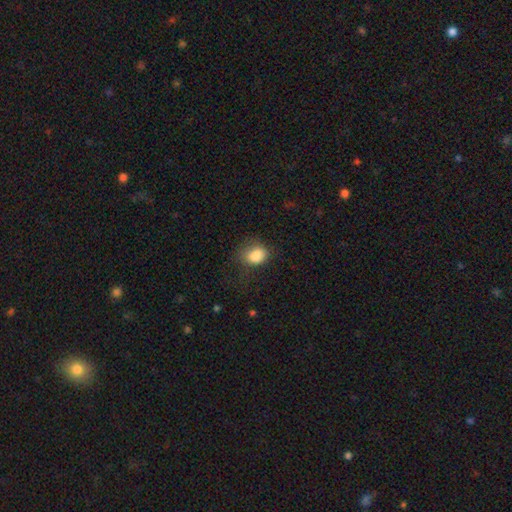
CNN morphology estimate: Q: Smooth or featured?
A: smooth (85%); runner-up: star or artifact (10%)
Q: How rounded?
A: in between (59%); runner-up: round (40%)
Q: Merging?
A: none (56%); runner-up: minor disturbance (27%)